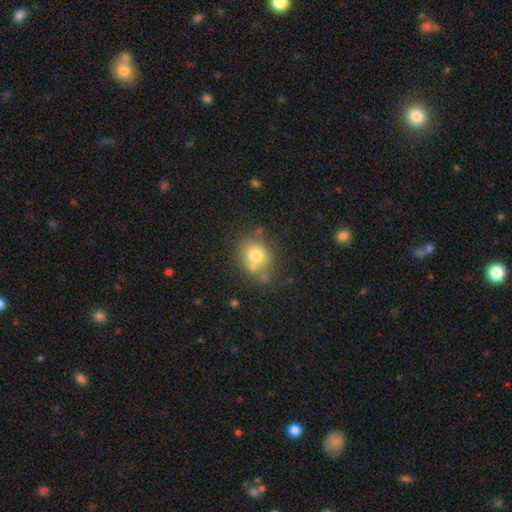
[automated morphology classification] Smooth or featured: smooth — 74% (featured or disk — 15%)
How rounded: round — 70% (in between — 29%)
Merging: none — 58% (merger — 18%)